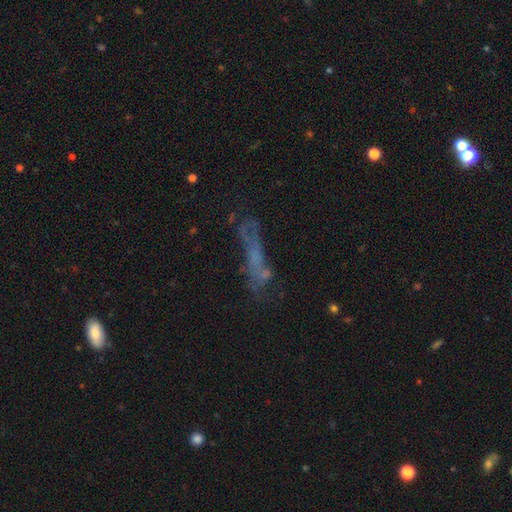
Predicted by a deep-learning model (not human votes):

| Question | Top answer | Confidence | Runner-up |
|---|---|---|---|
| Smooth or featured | smooth | 39% | featured or disk (37%) |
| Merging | none | 52% | major disturbance (20%) |